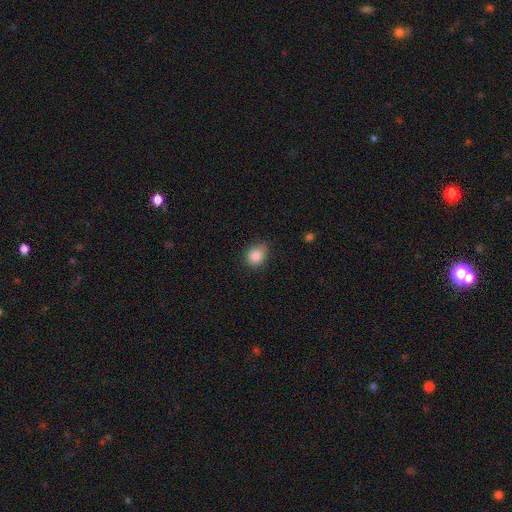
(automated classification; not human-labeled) smooth_or_featured: smooth (p=0.86) [alt: star or artifact p=0.09]
how_rounded: round (p=0.61) [alt: in between p=0.38]
merging: none (p=0.72) [alt: minor disturbance p=0.23]